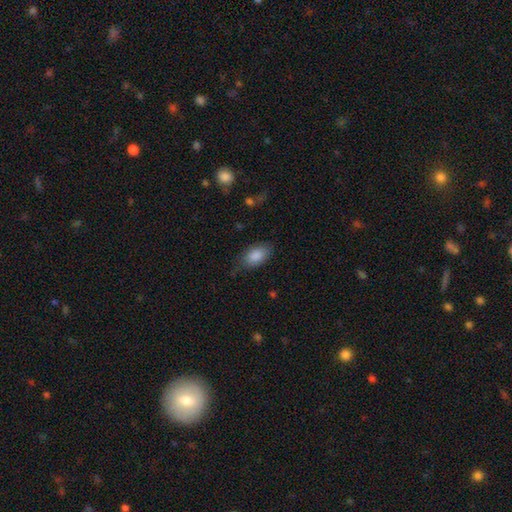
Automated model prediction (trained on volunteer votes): smooth_or_featured: smooth (p=0.86) [alt: featured or disk p=0.07]
how_rounded: in between (p=0.93) [alt: round p=0.05]
merging: none (p=0.69) [alt: minor disturbance p=0.23]